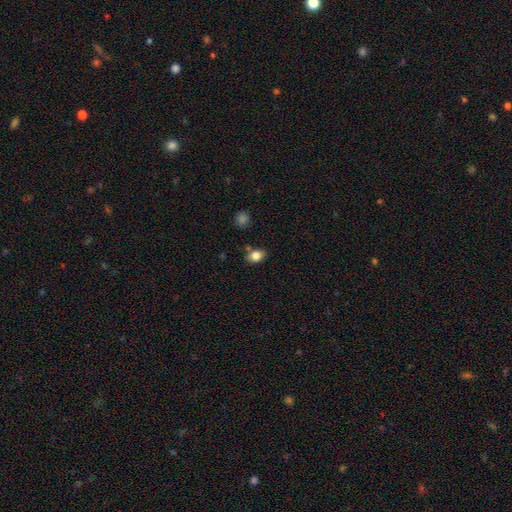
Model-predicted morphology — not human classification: smooth-or-featured: smooth: 82% | star or artifact: 10% | featured or disk: 8%
  how-rounded: in between: 71% | round: 27% | cigar-shaped: 2%
  merging: none: 74% | minor disturbance: 17% | merger: 6% | major disturbance: 3%